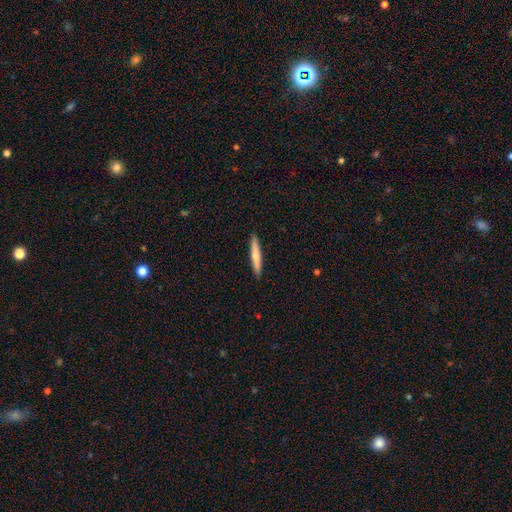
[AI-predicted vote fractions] smooth 66%, featured or disk 29%, star or artifact 5%. Down the decision tree: how rounded — cigar-shaped (94%); merging — none (91%).